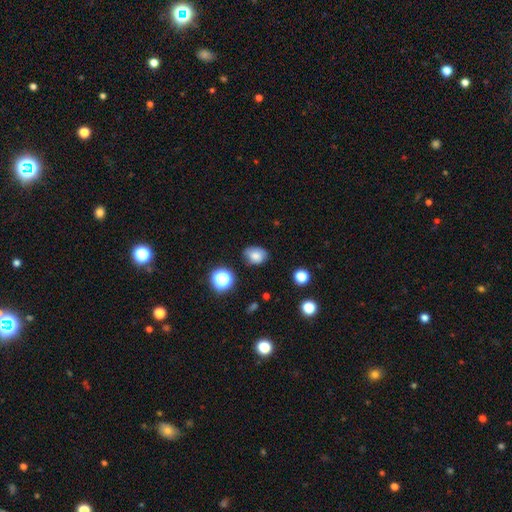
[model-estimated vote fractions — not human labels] This is likely a smooth galaxy (77%). How rounded: possibly in between (59%). Merging: likely none (71%).